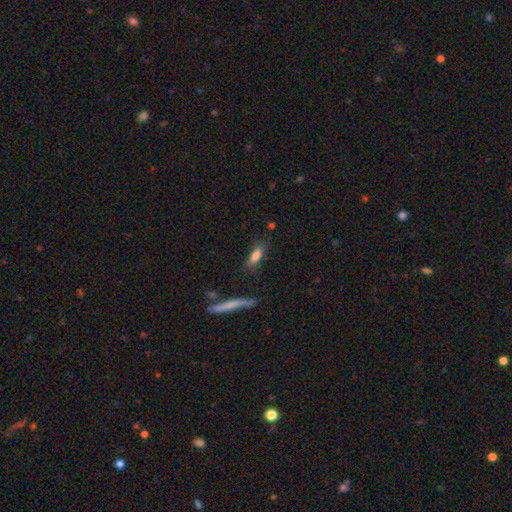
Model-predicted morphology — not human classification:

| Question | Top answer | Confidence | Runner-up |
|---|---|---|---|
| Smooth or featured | smooth | 79% | featured or disk (13%) |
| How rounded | in between | 58% | cigar-shaped (39%) |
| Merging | none | 73% | minor disturbance (17%) |